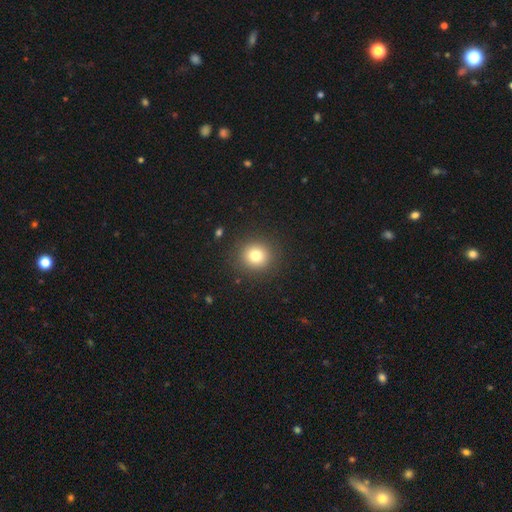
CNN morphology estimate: Smooth or featured?
  - smooth: 79% *
  - star or artifact: 12%
  - featured or disk: 8%
How rounded?
  - round: 90% *
  - in between: 9%
  - cigar-shaped: 1%
Merging?
  - none: 90% *
  - minor disturbance: 6%
  - major disturbance: 3%
  - merger: 1%